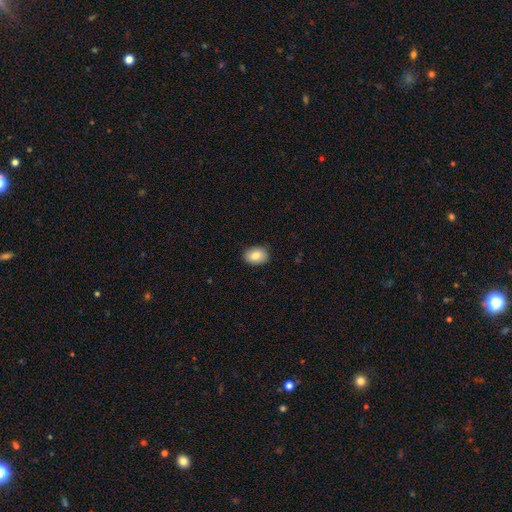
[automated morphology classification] Smooth or featured: smooth — 84% (featured or disk — 8%)
How rounded: in between — 74% (round — 25%)
Merging: none — 88% (minor disturbance — 10%)